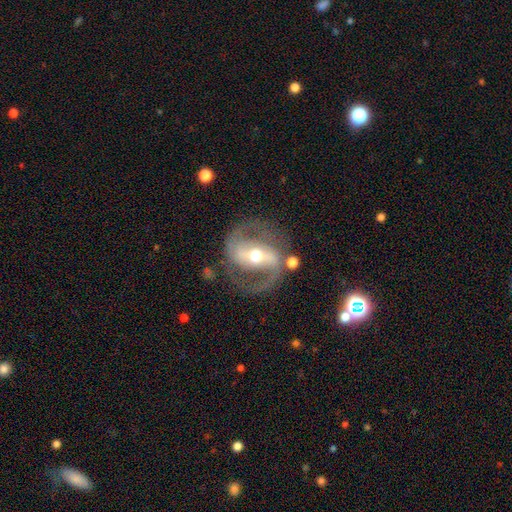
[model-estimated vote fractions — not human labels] This is clearly a featured or disk galaxy (88%). It is clearly not viewed edge-on (96%). Bar: possibly strong (57%). Spiral arm pattern: clearly yes (94%). Spiral arm count: clearly 2 (90%). Spiral winding: possibly medium (56%). Central bulge: likely moderate (66%). Merging: likely none (76%).